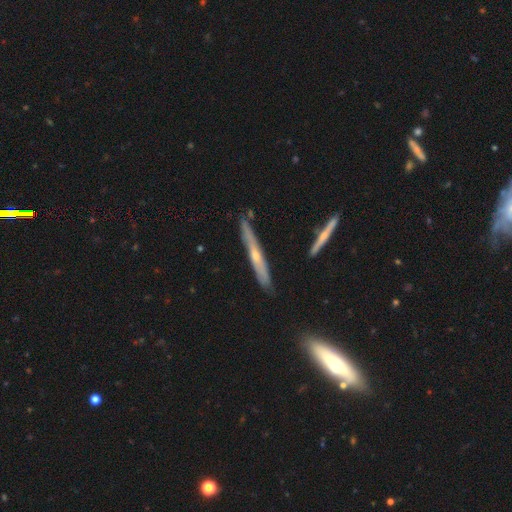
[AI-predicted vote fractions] Smooth or featured: featured or disk — 64% (smooth — 30%)
Edge-on disk: yes — 93% (no — 7%)
Edge-on bulge: rounded — 70% (none — 28%)
Merging: none — 83% (minor disturbance — 13%)